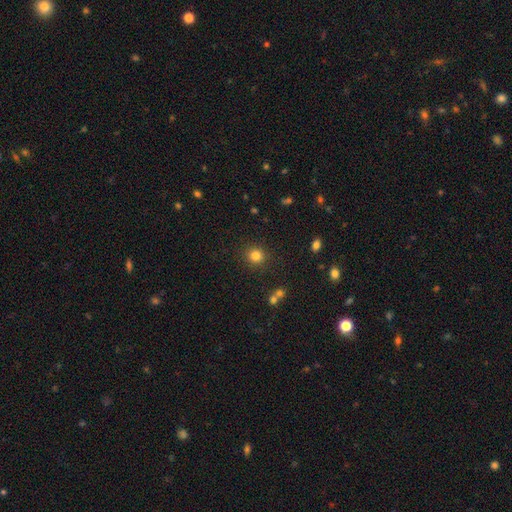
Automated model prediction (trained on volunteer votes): Overall: smooth (82%). How rounded: round (90%). Merging: none (88%).